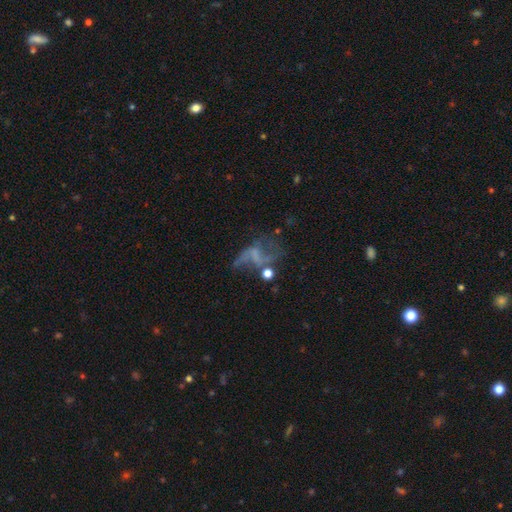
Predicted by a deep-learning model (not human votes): smooth-or-featured: featured or disk: 60% | smooth: 22% | star or artifact: 18%
  disk-edge-on: no: 96% | yes: 4%
    bar: no: 60% | weak: 28% | strong: 12%
    has-spiral-arms: yes: 54% | no: 46%
    bulge-size: none: 71% | small: 17% | moderate: 8% | large: 3% | dominant: 1%
  merging: major disturbance: 39% | none: 33% | minor disturbance: 17% | merger: 12%